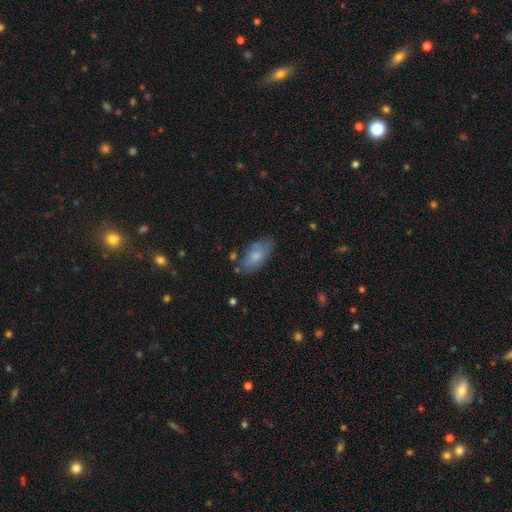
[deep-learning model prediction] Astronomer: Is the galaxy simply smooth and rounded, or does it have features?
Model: smooth — 74%.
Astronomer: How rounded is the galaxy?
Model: in between — 90%.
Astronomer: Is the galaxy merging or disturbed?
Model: none — 64%.